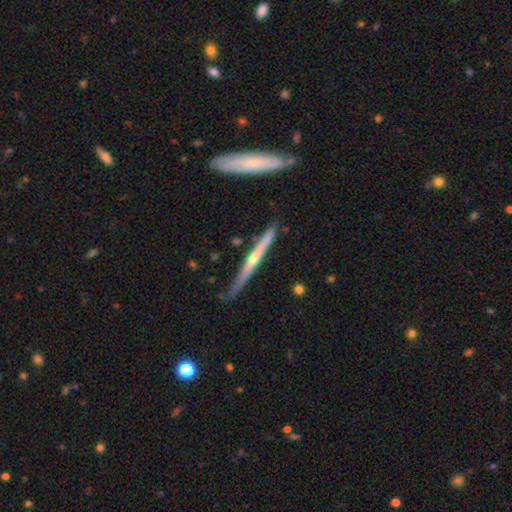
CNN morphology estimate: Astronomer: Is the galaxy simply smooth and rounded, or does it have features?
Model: featured or disk — 69%.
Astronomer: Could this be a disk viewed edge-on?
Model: yes — 96%.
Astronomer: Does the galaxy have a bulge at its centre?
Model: rounded — 52% (runner-up: none, 41%).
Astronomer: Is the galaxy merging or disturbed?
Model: none — 81%.